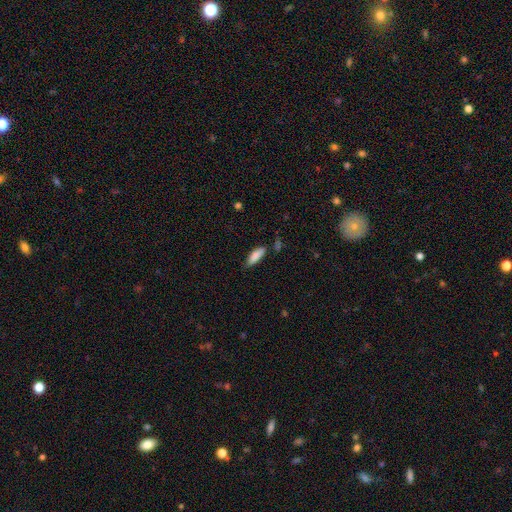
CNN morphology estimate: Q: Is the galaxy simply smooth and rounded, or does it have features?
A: smooth — 85%.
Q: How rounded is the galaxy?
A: in between — 56%.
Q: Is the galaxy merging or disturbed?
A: none — 68%.